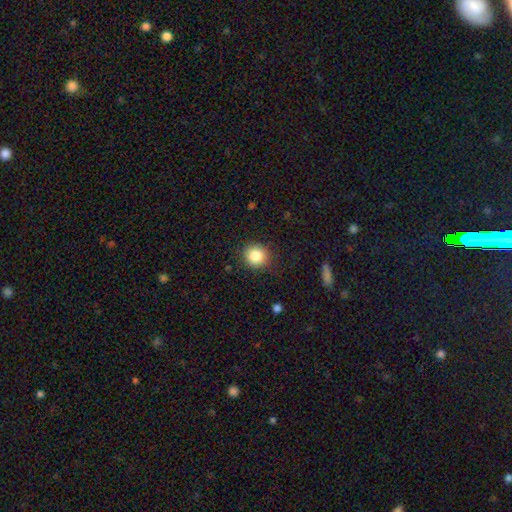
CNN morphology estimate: Smooth or featured? smooth (84%)
How rounded? round (87%)
Merging? none (87%)